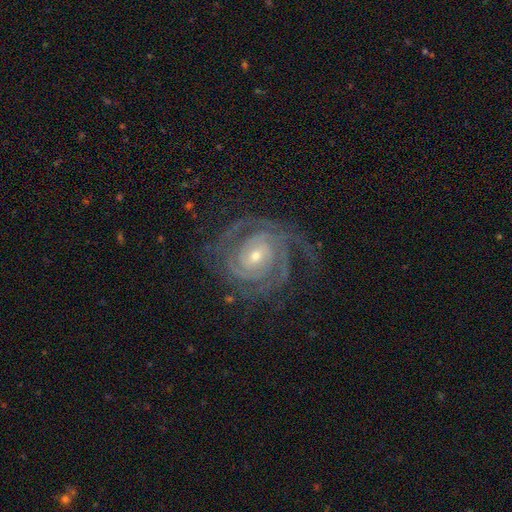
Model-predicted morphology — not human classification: Smooth or featured?
  - featured or disk: 91% *
  - star or artifact: 5%
  - smooth: 3%
Edge-on disk?
  - no: 97% *
  - yes: 3%
Bar?
  - no: 45% *
  - weak: 36%
  - strong: 19%
Spiral arms?
  - yes: 98% *
  - no: 2%
Spiral winding?
  - tight: 76% *
  - medium: 21%
  - loose: 3%
Spiral arm count?
  - 2: 34% *
  - 3: 26%
  - can't tell: 15%
  - 4: 13%
  - more than 4: 6%
  - 1: 6%
Bulge size?
  - small: 58% *
  - moderate: 39%
  - large: 2%
  - none: 1%
  - dominant: 1%
Merging?
  - none: 74% *
  - minor disturbance: 16%
  - major disturbance: 9%
  - merger: 1%